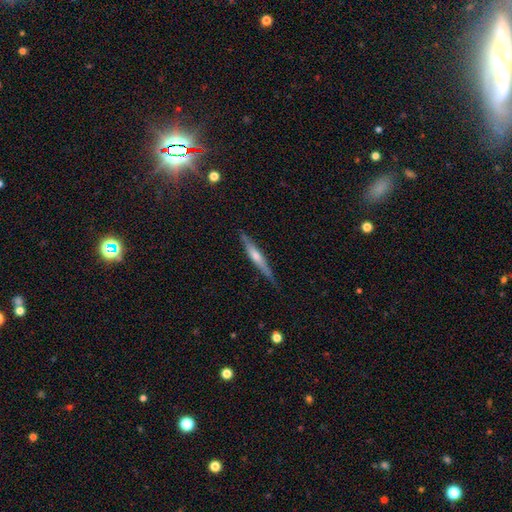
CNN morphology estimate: Smooth or featured? Predicted: featured or disk (p=0.68). Edge-on disk? Predicted: yes (p=0.96). Edge-on bulge? Predicted: rounded (p=0.74). Merging? Predicted: none (p=0.84).